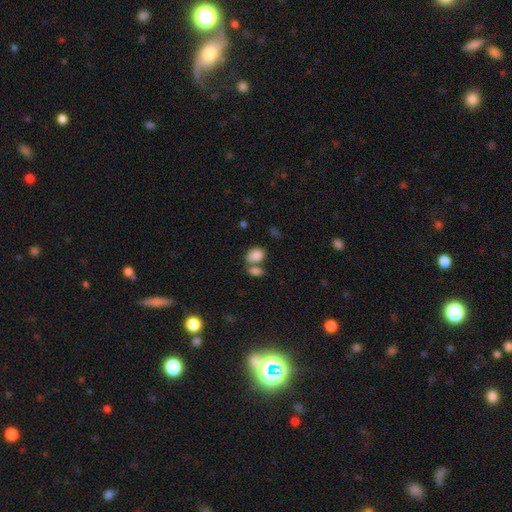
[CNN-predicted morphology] Smooth or featured: smooth — 86% (star or artifact — 8%)
How rounded: in between — 82% (round — 16%)
Merging: none — 43% (merger — 42%)